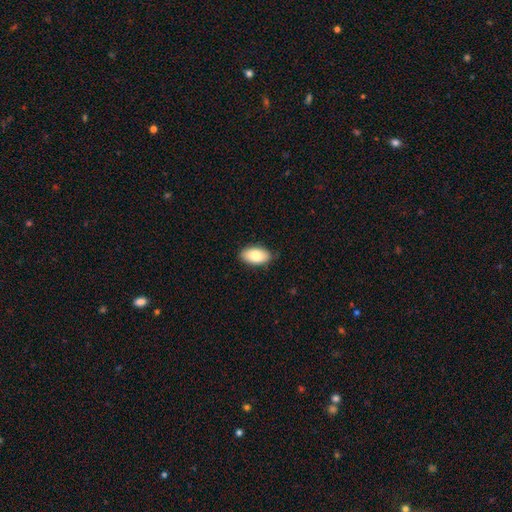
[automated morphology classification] The model was most divided on "merging": none: 84%, minor disturbance: 13%, major disturbance: 2%, merger: 1%. More confident: how rounded — in between (95%); smooth or featured — smooth (85%).